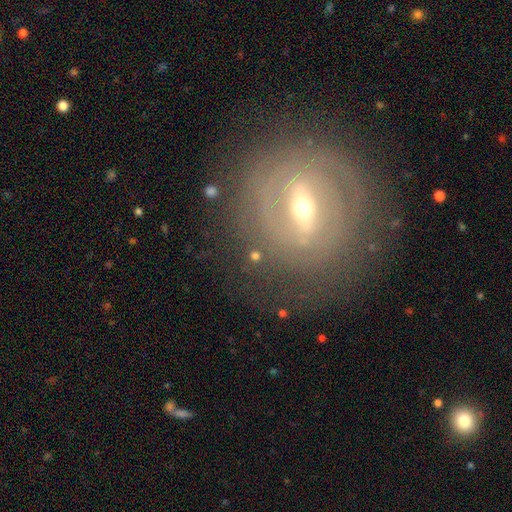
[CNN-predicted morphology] smooth-or-featured: featured or disk: 80% | smooth: 12% | star or artifact: 8%
  disk-edge-on: no: 88% | yes: 12%
    bar: strong: 61% | weak: 28% | no: 11%
    has-spiral-arms: yes: 67% | no: 33%
    bulge-size: small: 60% | moderate: 36% | large: 2% | dominant: 1% | none: 1%
  merging: none: 74% | minor disturbance: 14% | major disturbance: 10% | merger: 2%